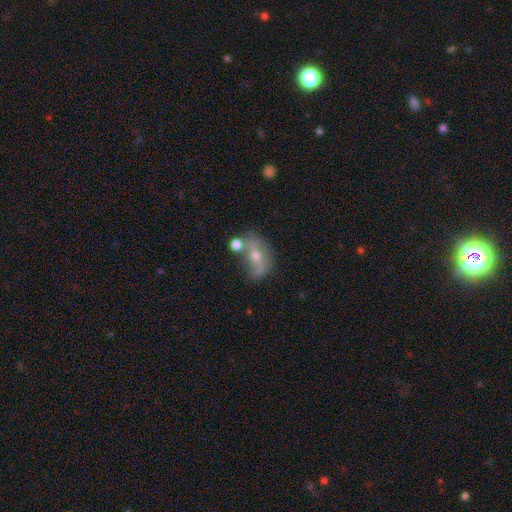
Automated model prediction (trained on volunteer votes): Smooth or featured? featured or disk (46%)
Merging? none (42%)